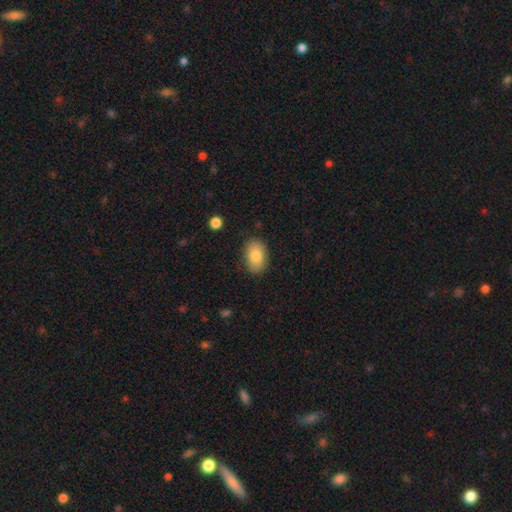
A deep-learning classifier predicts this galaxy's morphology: type=smooth (80%); roundness=in between (88%); merging=none (85%).